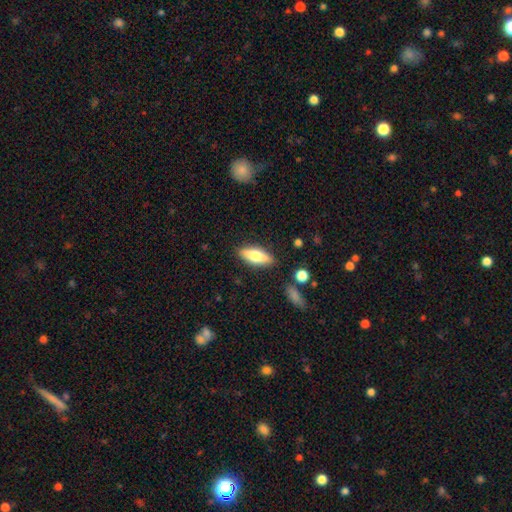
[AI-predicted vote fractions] smooth_or_featured: smooth (p=0.61) [alt: featured or disk p=0.32]
how_rounded: in between (p=0.61) [alt: cigar-shaped p=0.36]
merging: none (p=0.86) [alt: minor disturbance p=0.10]